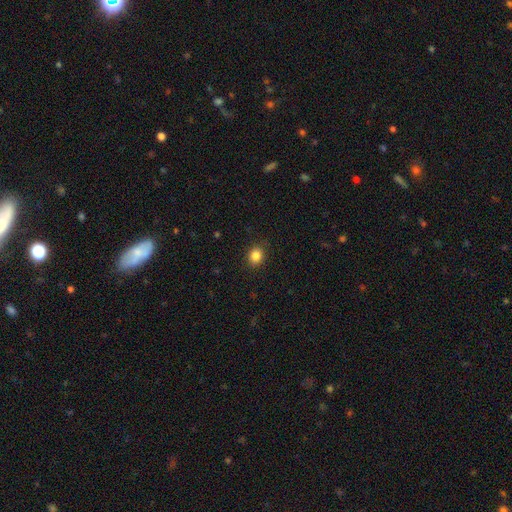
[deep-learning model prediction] Morphology: type=smooth (85%); roundness=round (68%); merging=none (89%).